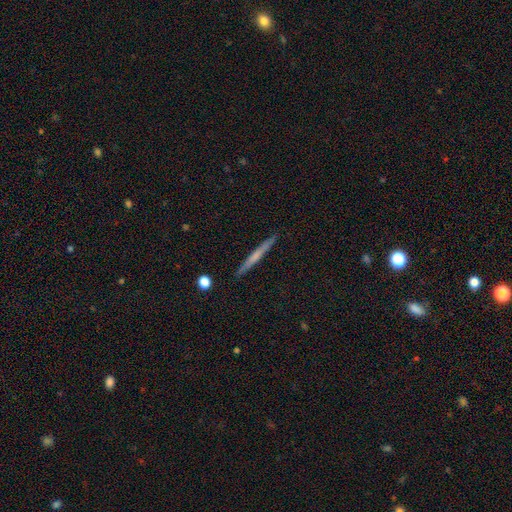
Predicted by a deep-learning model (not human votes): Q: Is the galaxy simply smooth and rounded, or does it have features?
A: featured or disk — 48%.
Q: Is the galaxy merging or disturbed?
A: none — 92%.